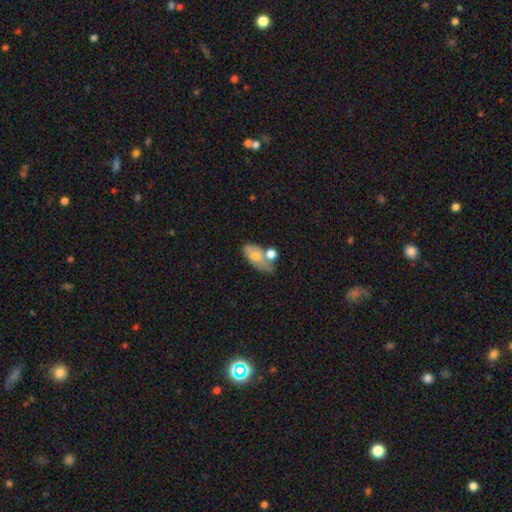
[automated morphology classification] This appears to be a smooth galaxy with no disk features (60%) that is in between round and cigar-shaped (87%). Merging: none (38%).